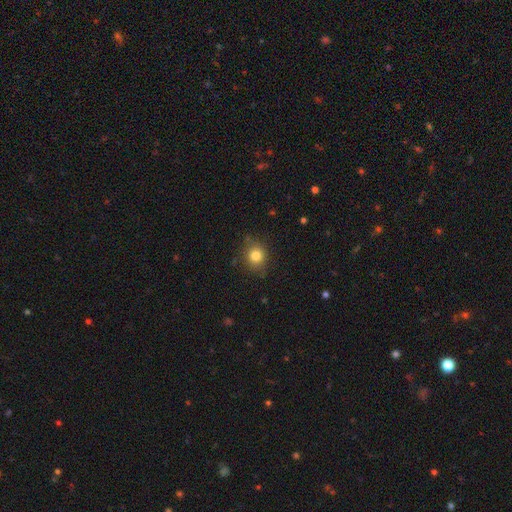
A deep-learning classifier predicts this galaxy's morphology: Smooth or featured: smooth — 81% (star or artifact — 11%)
How rounded: round — 77% (in between — 22%)
Merging: none — 81% (minor disturbance — 14%)